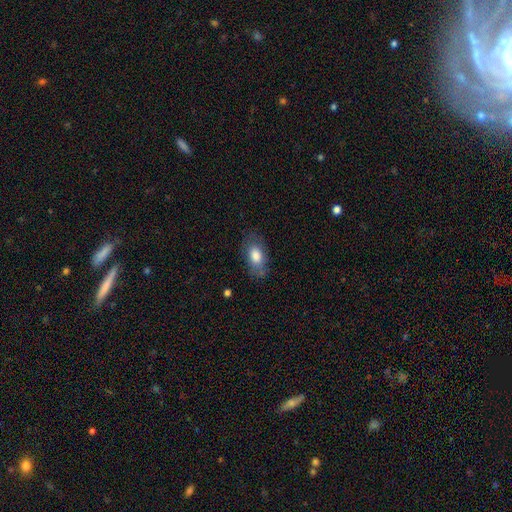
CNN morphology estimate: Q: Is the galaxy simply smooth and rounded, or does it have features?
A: smooth — 77%.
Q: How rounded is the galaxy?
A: in between — 90%.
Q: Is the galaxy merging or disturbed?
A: none — 72%.